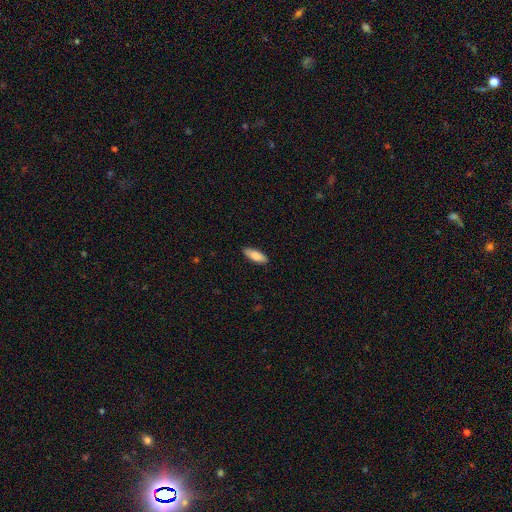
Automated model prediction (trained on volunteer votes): Q: Smooth or featured?
A: smooth (86%); runner-up: featured or disk (8%)
Q: How rounded?
A: in between (71%); runner-up: cigar-shaped (27%)
Q: Merging?
A: none (88%); runner-up: minor disturbance (9%)